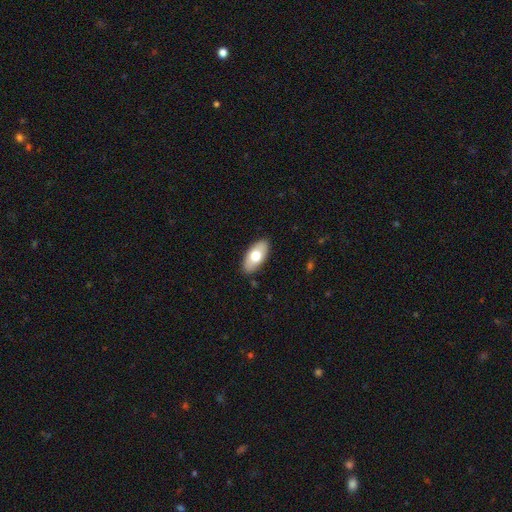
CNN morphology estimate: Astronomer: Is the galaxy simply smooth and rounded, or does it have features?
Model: smooth — 69%.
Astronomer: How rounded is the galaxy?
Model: in between — 92%.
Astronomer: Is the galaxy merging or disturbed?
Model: none — 88%.